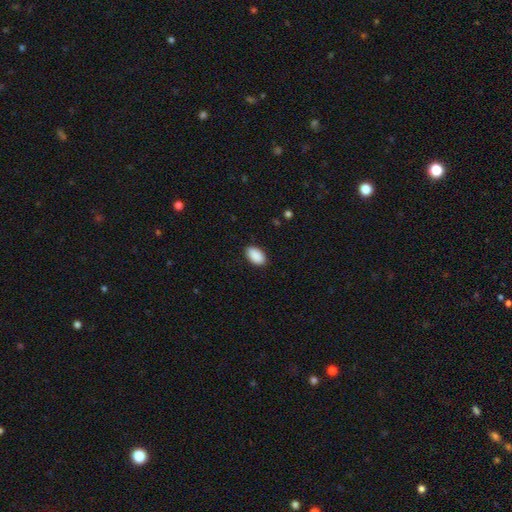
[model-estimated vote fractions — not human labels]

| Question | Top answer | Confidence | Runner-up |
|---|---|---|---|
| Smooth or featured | smooth | 91% | star or artifact (7%) |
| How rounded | in between | 94% | round (5%) |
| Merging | none | 88% | minor disturbance (9%) |